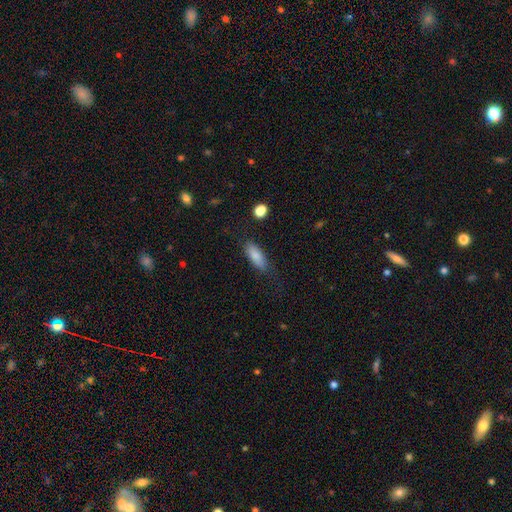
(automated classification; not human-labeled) Morphology: type=smooth (85%); roundness=in between (69%); merging=none (73%).